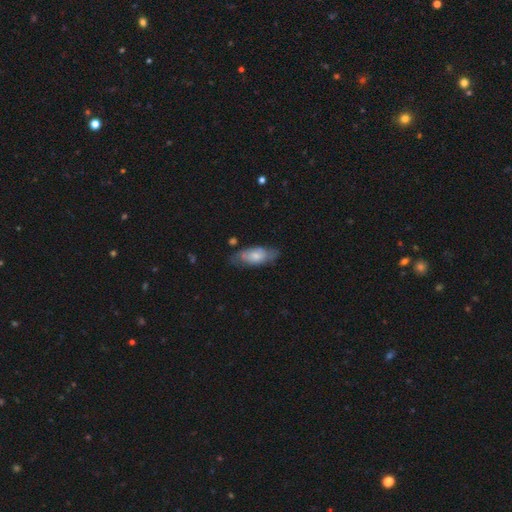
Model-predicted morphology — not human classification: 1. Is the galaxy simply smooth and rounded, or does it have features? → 61% smooth, 33% featured or disk, 6% star or artifact.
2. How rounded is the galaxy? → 82% in between, 16% cigar-shaped, 3% round.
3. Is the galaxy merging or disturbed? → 64% none, 26% minor disturbance, 8% major disturbance, 2% merger.